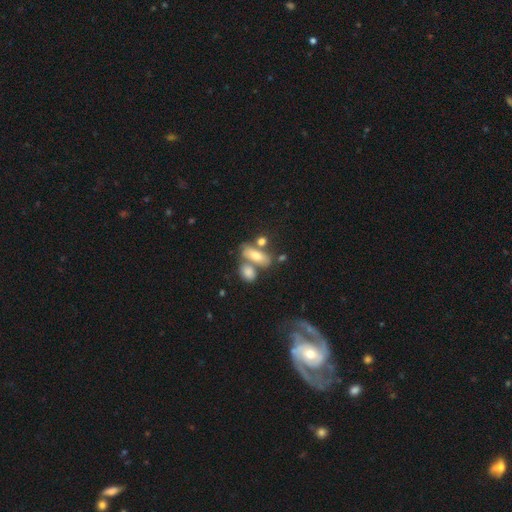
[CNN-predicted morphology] This appears to be a smooth galaxy with no disk features (67%) that is in between round and cigar-shaped (78%). Merging: none (45%).